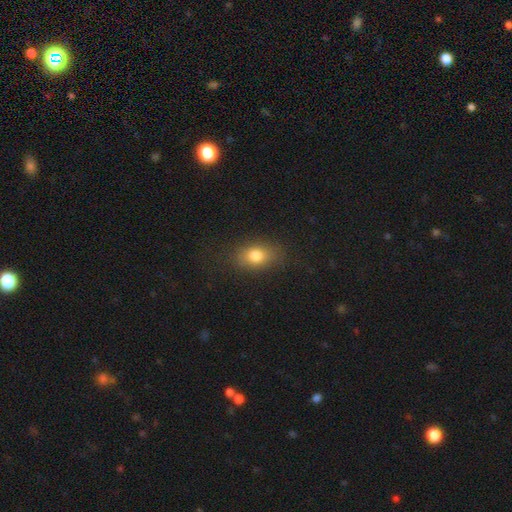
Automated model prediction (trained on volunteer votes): Morphology: type=smooth (80%); roundness=in between (79%); merging=none (81%).